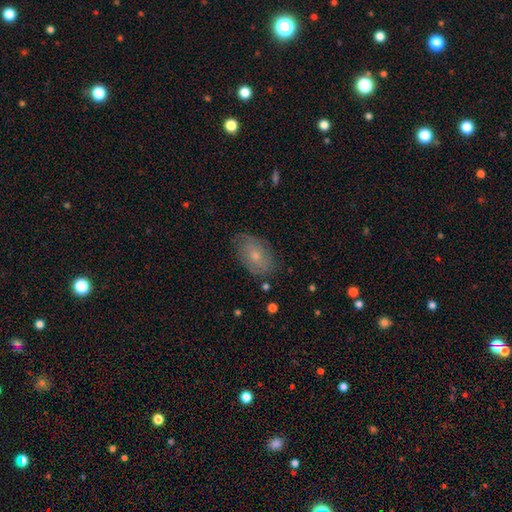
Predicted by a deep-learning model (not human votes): Smooth or featured: smooth — 51% (featured or disk — 40%)
How rounded: in between — 88% (round — 10%)
Merging: none — 73% (minor disturbance — 20%)